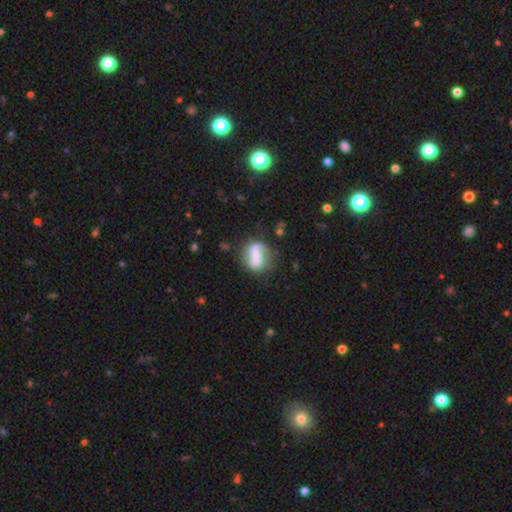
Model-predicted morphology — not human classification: A featured or disk galaxy (59%) with a strong bar (63%), spiral arms (65%) and a small central bulge (34%). Merging: none (69%).